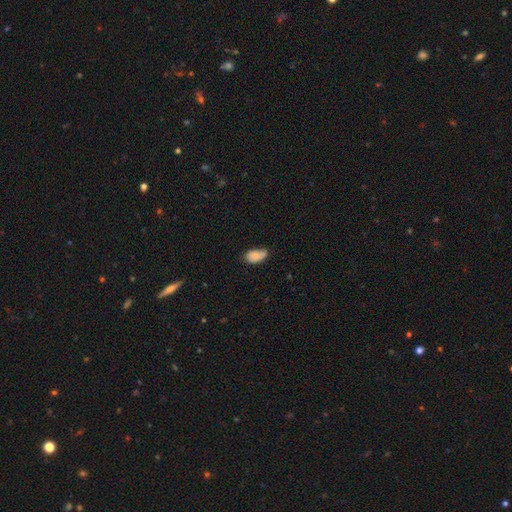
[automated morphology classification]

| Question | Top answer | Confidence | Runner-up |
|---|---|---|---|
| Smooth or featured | smooth | 81% | featured or disk (11%) |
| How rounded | in between | 93% | round (4%) |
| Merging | none | 54% | minor disturbance (35%) |